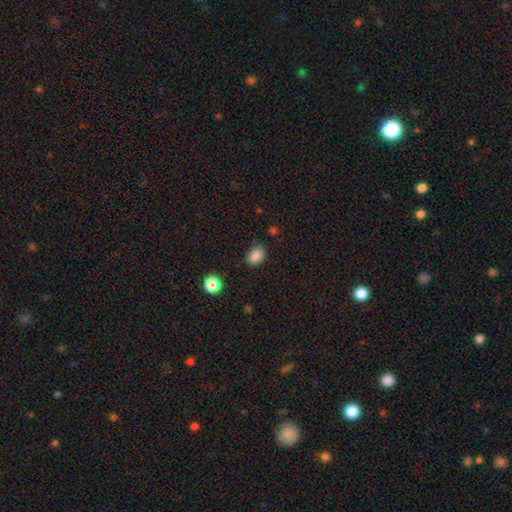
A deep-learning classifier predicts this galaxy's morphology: smooth-or-featured: smooth: 85% | star or artifact: 11% | featured or disk: 4%
  how-rounded: in between: 78% | round: 21% | cigar-shaped: 1%
  merging: none: 81% | minor disturbance: 14% | major disturbance: 3% | merger: 2%